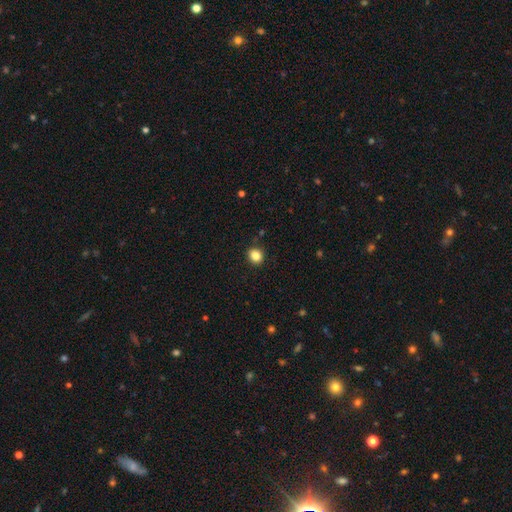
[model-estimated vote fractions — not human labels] Q: Smooth or featured?
A: smooth (84%); runner-up: star or artifact (11%)
Q: How rounded?
A: round (72%); runner-up: in between (27%)
Q: Merging?
A: none (89%); runner-up: minor disturbance (8%)